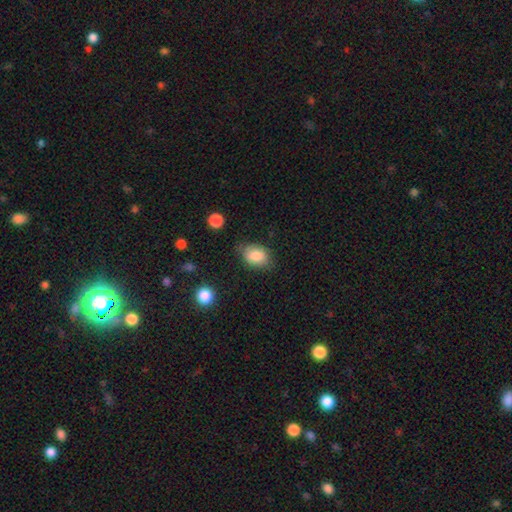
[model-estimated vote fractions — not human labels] smooth-or-featured: smooth: 84% | featured or disk: 8% | star or artifact: 8%
  how-rounded: in between: 80% | round: 18% | cigar-shaped: 1%
  merging: none: 71% | minor disturbance: 21% | major disturbance: 5% | merger: 2%